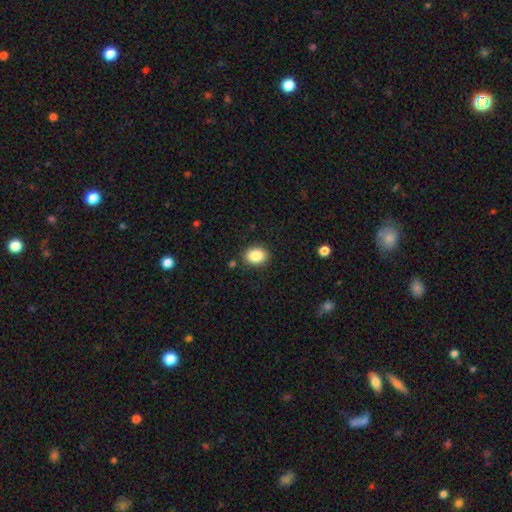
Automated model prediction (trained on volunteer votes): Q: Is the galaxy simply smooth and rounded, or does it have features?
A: smooth — 86%.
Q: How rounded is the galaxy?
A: in between — 62%.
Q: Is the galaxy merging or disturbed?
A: none — 86%.